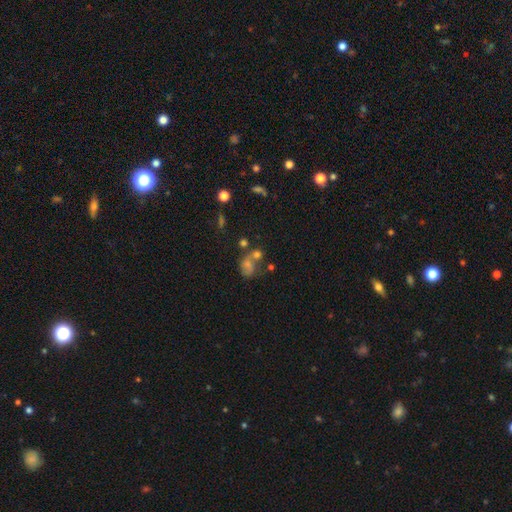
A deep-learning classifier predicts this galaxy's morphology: This appears to be a smooth galaxy with no disk features (45%). Merging: none (43%).